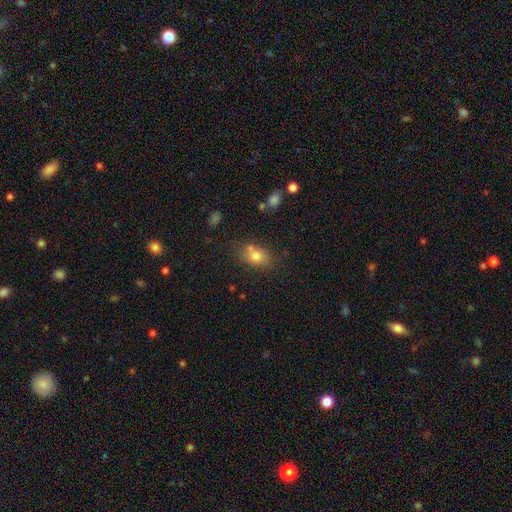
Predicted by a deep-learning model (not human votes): This is likely a smooth galaxy (75%). How rounded: likely in between (61%). Merging: possibly none (58%).